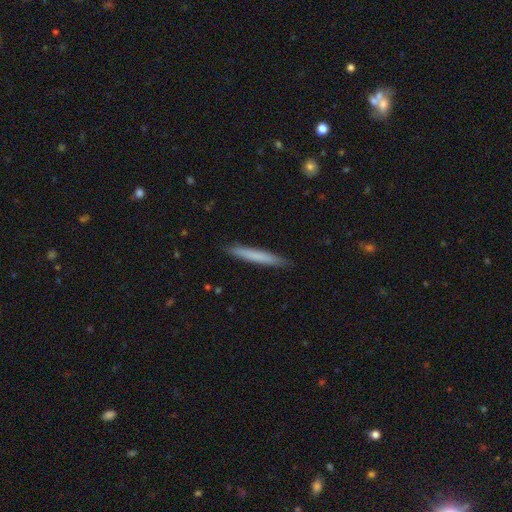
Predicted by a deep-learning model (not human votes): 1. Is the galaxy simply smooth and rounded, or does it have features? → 72% smooth, 22% featured or disk, 6% star or artifact.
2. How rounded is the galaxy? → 96% cigar-shaped, 3% in between, 1% round.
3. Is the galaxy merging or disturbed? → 90% none, 7% minor disturbance, 1% major disturbance, 1% merger.